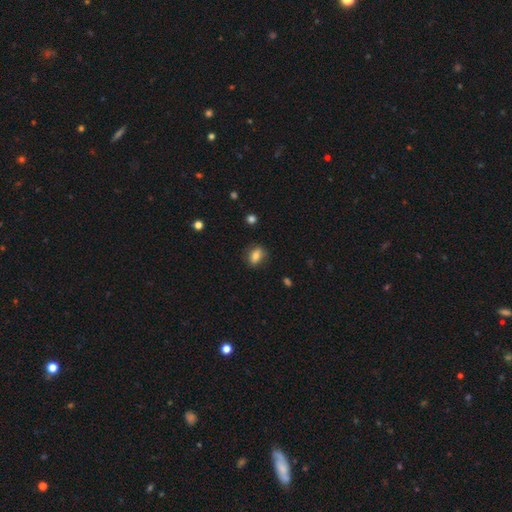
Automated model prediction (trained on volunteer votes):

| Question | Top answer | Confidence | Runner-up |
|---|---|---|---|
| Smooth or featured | smooth | 75% | featured or disk (16%) |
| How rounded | in between | 70% | round (25%) |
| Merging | none | 80% | minor disturbance (15%) |